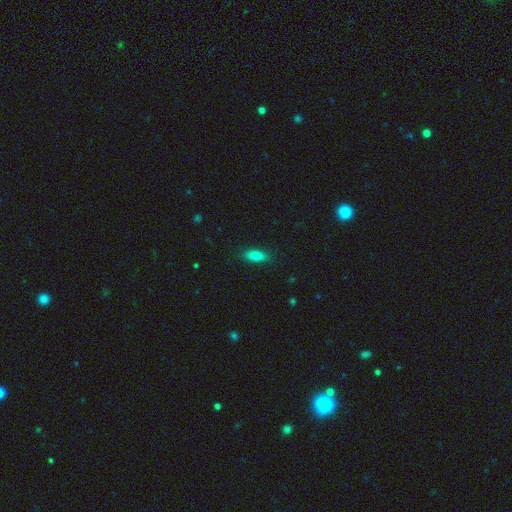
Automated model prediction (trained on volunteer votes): A smooth galaxy with no disk features (83%) that is in between round and cigar-shaped (71%). Merging: none (86%).